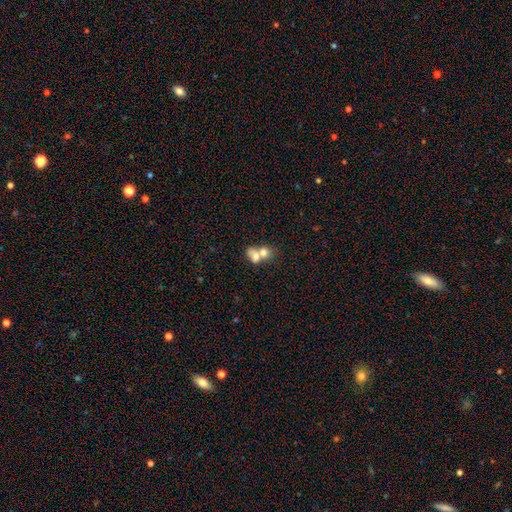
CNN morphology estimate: Smooth or featured?
  - smooth: 68% *
  - featured or disk: 22%
  - star or artifact: 9%
How rounded?
  - in between: 56% *
  - round: 42%
  - cigar-shaped: 2%
Merging?
  - merger: 73% *
  - none: 17%
  - minor disturbance: 6%
  - major disturbance: 5%